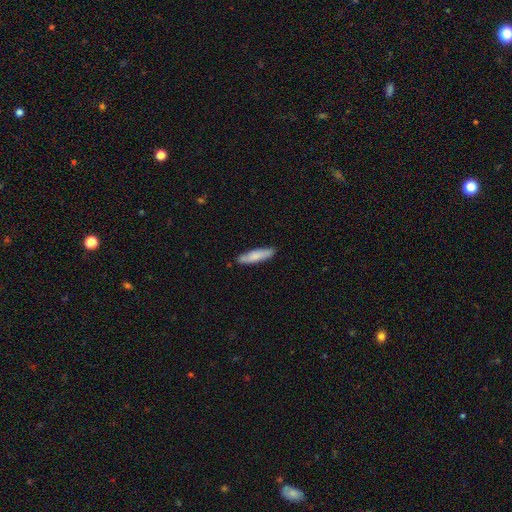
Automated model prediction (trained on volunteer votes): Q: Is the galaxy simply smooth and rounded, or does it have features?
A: smooth — 79%.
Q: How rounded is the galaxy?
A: cigar-shaped — 73%.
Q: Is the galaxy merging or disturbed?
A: none — 86%.